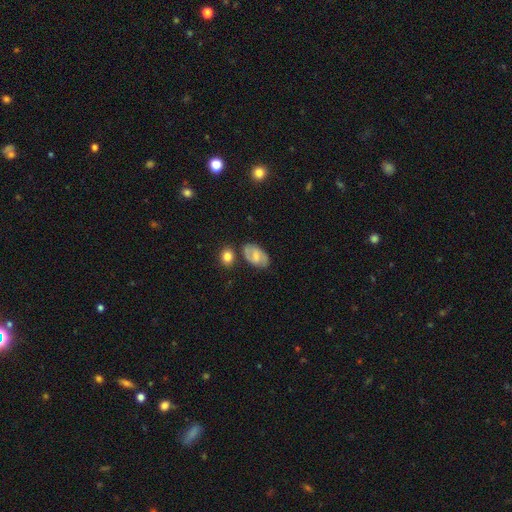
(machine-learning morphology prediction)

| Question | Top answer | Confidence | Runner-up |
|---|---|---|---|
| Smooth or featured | featured or disk | 50% | smooth (42%) |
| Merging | none | 71% | minor disturbance (17%) |